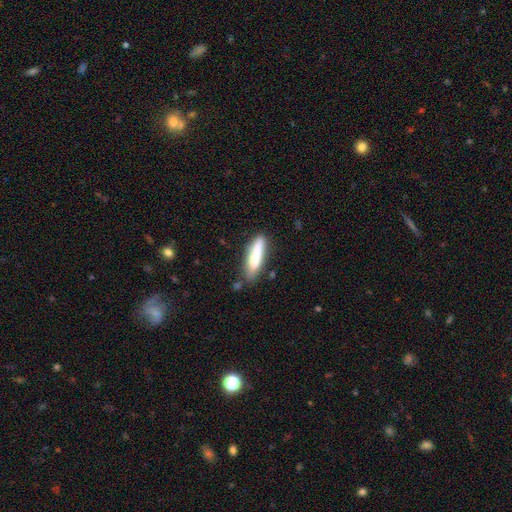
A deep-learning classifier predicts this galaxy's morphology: smooth-or-featured: smooth: 78% | featured or disk: 16% | star or artifact: 6%
  how-rounded: cigar-shaped: 77% | in between: 22% | round: 1%
  merging: none: 74% | minor disturbance: 18% | merger: 4% | major disturbance: 4%